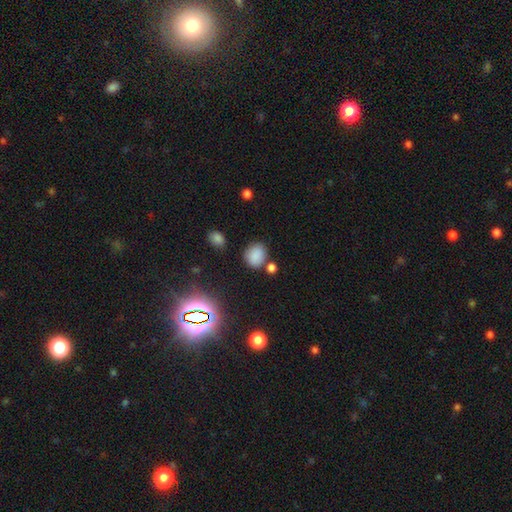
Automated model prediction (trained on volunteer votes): smooth-or-featured: smooth: 81% | star or artifact: 14% | featured or disk: 6%
  how-rounded: round: 56% | in between: 43% | cigar-shaped: 1%
  merging: none: 72% | minor disturbance: 15% | merger: 9% | major disturbance: 4%